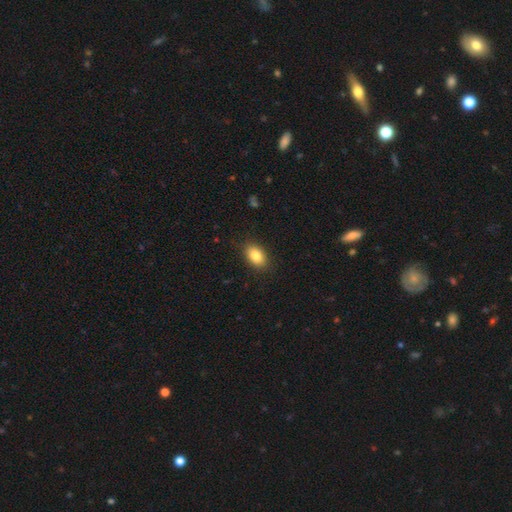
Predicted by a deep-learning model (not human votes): smooth 84%, star or artifact 8%, featured or disk 8%. Down the decision tree: how rounded — in between (87%); merging — none (87%).